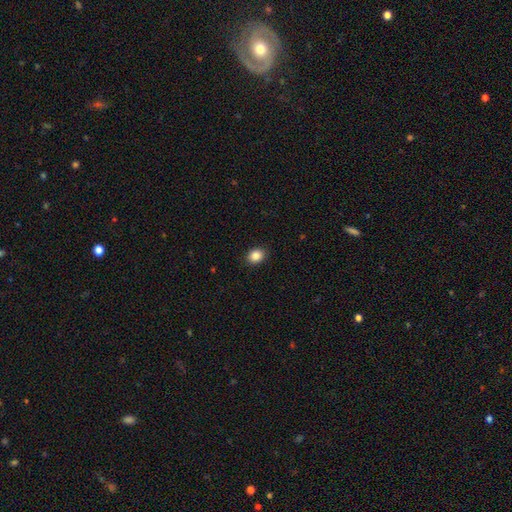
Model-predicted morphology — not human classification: Smooth or featured?
  - smooth: 86% *
  - star or artifact: 9%
  - featured or disk: 4%
How rounded?
  - in between: 50% *
  - round: 49%
  - cigar-shaped: 1%
Merging?
  - none: 90% *
  - minor disturbance: 7%
  - major disturbance: 2%
  - merger: 1%